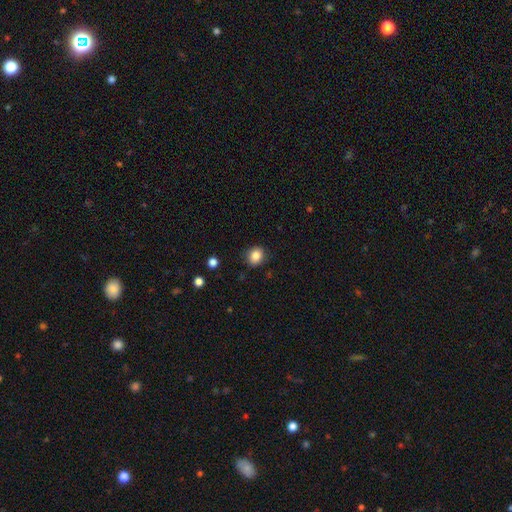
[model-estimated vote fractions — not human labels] This is clearly a smooth galaxy (86%). How rounded: likely round (67%). Merging: clearly none (86%).